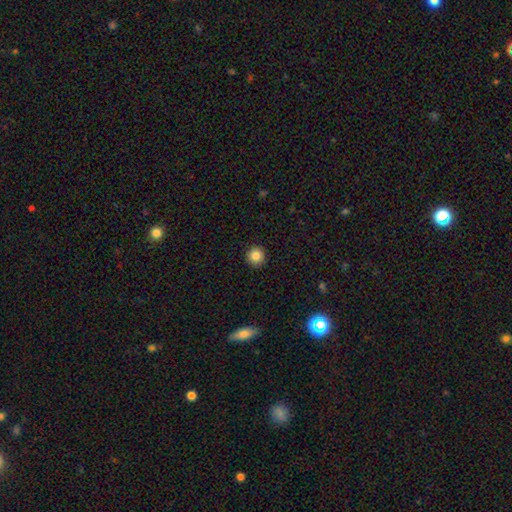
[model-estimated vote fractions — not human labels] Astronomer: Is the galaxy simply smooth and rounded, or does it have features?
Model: smooth — 84%.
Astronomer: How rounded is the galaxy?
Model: round — 95%.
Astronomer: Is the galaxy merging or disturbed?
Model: none — 93%.